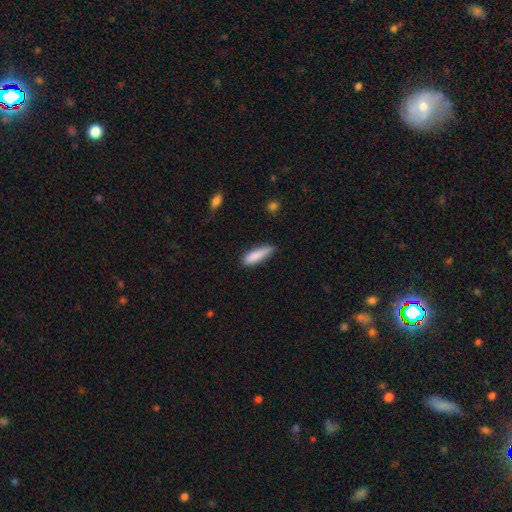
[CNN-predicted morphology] A smooth galaxy with no disk features (85%) that is cigar-shaped (67%). Merging: none (65%).